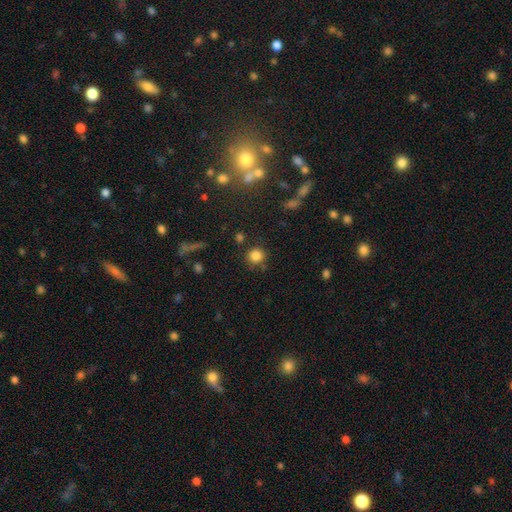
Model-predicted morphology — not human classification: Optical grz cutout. It shows a smooth galaxy with no disk features (82%) that is round (90%). Merging: none (81%).